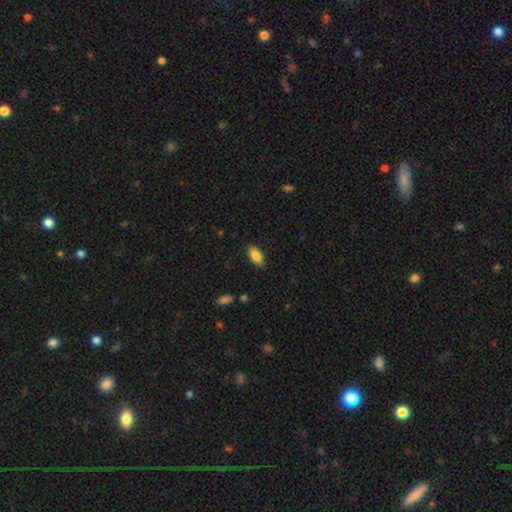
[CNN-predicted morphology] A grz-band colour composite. It shows a smooth galaxy with no disk features (86%) that is in between round and cigar-shaped (91%). Merging: none (84%).